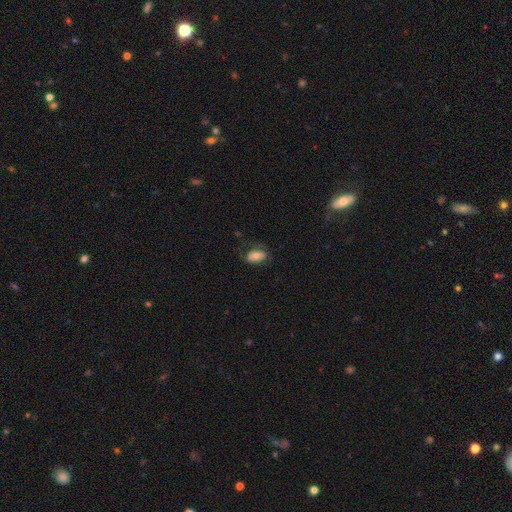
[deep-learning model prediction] Smooth or featured? Predicted: smooth (p=0.65). How rounded? Predicted: in between (p=0.88). Merging? Predicted: none (p=0.60).